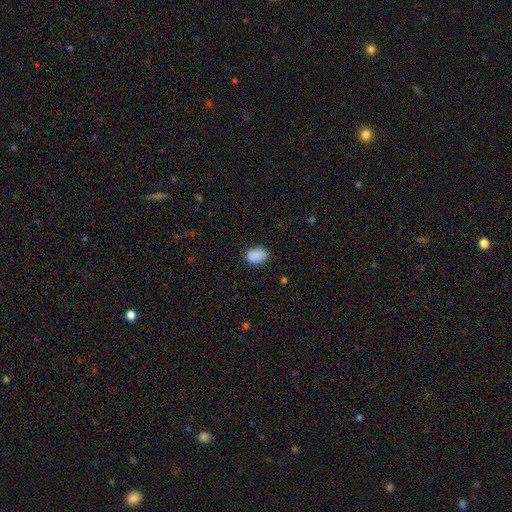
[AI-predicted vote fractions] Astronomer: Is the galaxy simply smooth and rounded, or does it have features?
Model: smooth — 88%.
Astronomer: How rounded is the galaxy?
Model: in between — 76%.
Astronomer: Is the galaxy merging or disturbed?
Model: none — 80%.